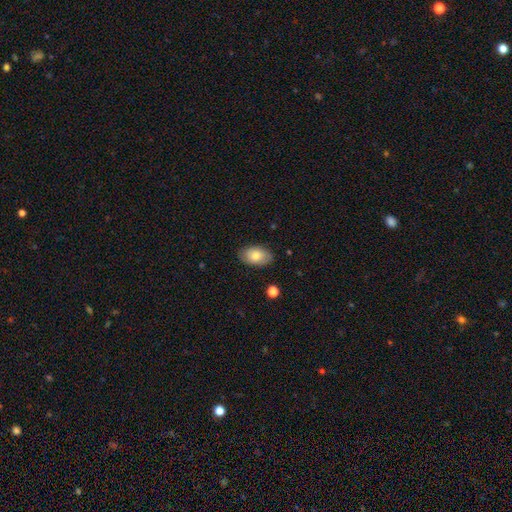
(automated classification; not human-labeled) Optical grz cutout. It shows a smooth galaxy with no disk features (73%) that is in between round and cigar-shaped (90%). Merging: none (82%).